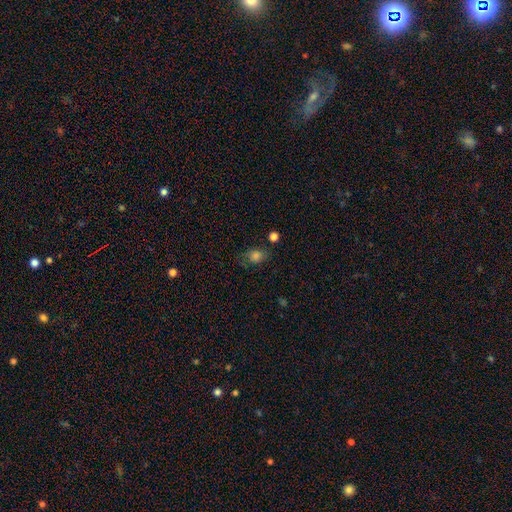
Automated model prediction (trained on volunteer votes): This is likely a smooth galaxy (69%). How rounded: possibly in between (60%). Merging: likely none (64%).